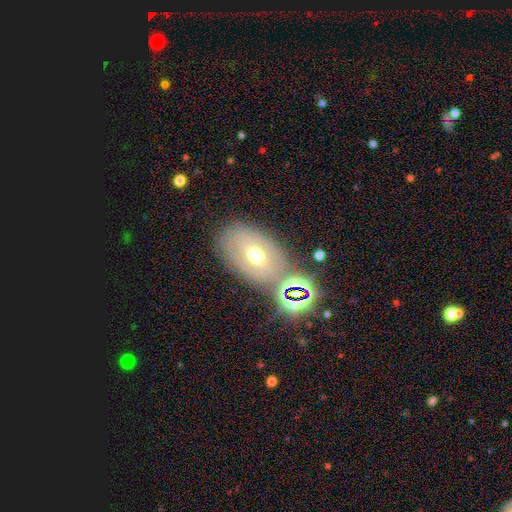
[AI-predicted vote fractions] This appears to be a smooth galaxy with no disk features (48%). Merging: none (68%).